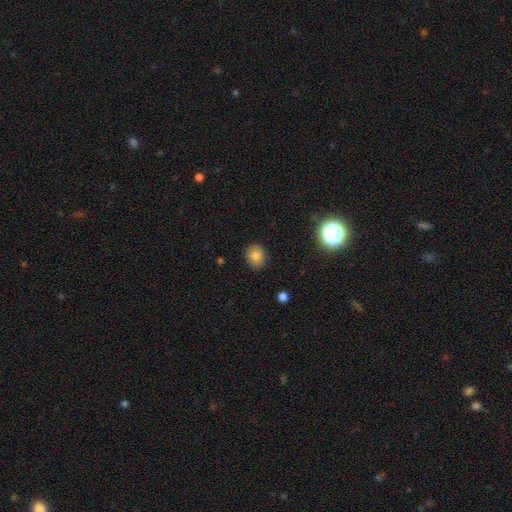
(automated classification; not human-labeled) A smooth galaxy with no disk features (79%) that is round (61%). Merging: none (85%).